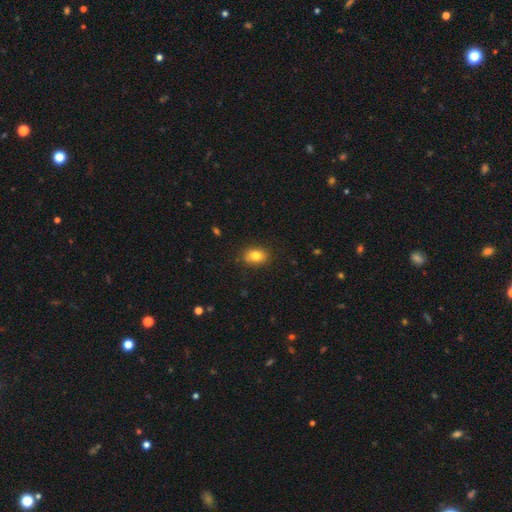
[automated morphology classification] Smooth or featured? Predicted: smooth (p=0.82). How rounded? Predicted: in between (p=0.71). Merging? Predicted: none (p=0.82).